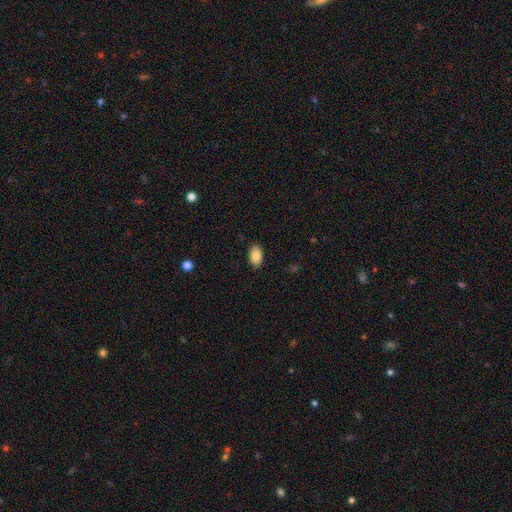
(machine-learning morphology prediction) This appears to be a smooth galaxy with no disk features (85%) that is in between round and cigar-shaped (92%). Merging: none (89%).